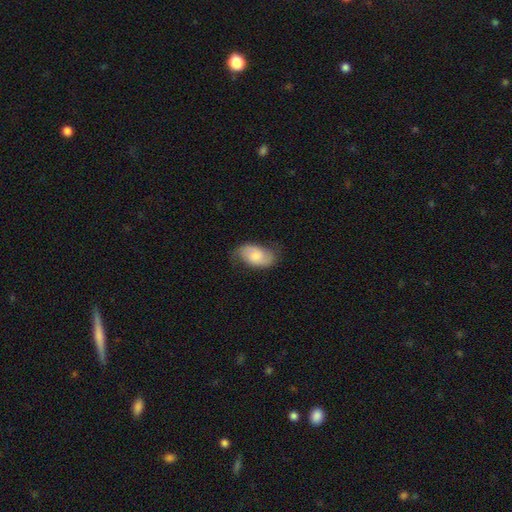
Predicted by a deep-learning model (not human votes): Smooth or featured: smooth — 58% (featured or disk — 35%)
How rounded: in between — 93% (round — 5%)
Merging: none — 63% (minor disturbance — 27%)